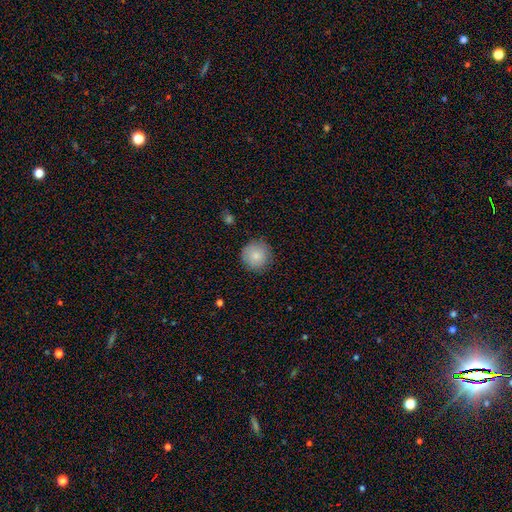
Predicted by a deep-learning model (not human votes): Overall: smooth (84%). How rounded: round (95%). Merging: none (87%).